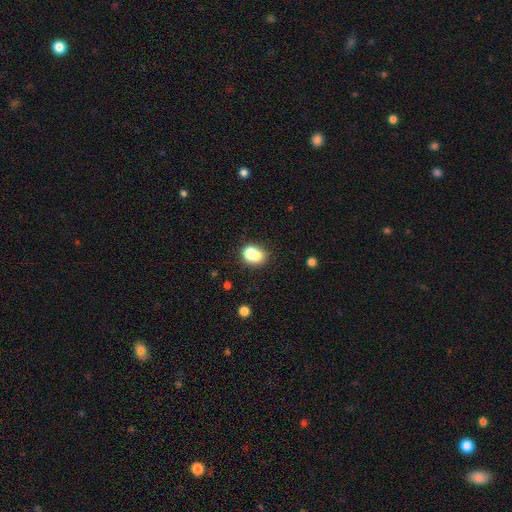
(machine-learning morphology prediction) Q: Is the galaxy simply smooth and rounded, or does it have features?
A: smooth — 71%.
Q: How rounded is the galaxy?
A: round — 55%.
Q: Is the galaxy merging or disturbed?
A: none — 40%.